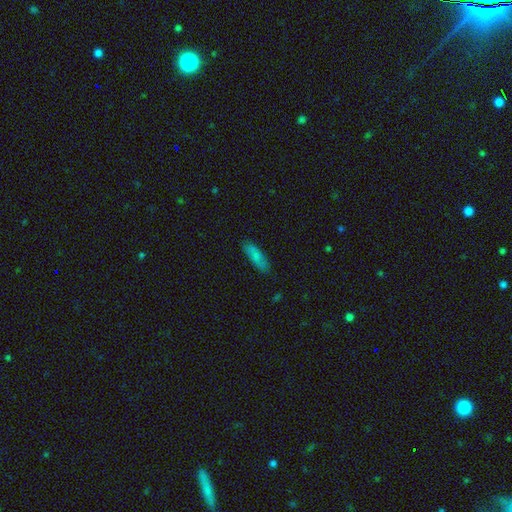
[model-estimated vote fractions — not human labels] smooth 81%, featured or disk 12%, star or artifact 7%. Down the decision tree: how rounded — in between (49%, tied with cigar-shaped); merging — none (82%).